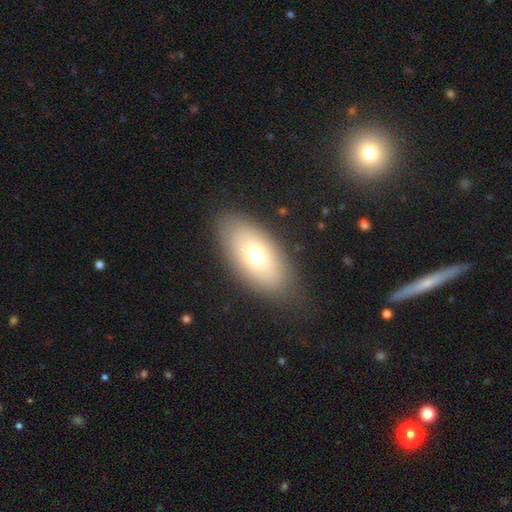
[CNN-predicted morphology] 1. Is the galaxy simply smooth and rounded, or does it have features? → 65% smooth, 24% featured or disk, 10% star or artifact.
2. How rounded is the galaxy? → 88% in between, 7% round, 4% cigar-shaped.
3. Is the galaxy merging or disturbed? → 81% none, 12% minor disturbance, 6% major disturbance, 1% merger.